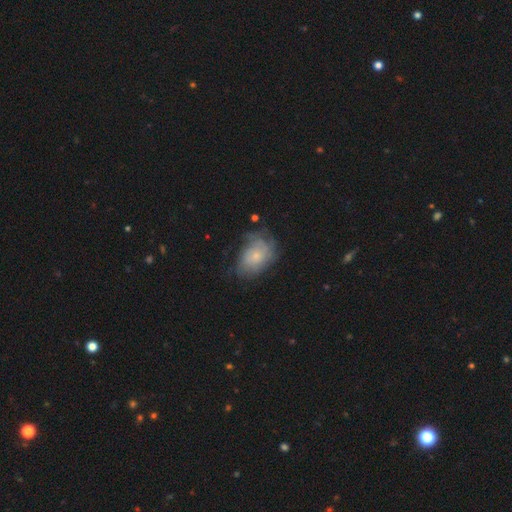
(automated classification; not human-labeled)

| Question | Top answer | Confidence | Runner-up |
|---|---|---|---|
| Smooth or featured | featured or disk | 51% | smooth (40%) |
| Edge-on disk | no | 97% | yes (3%) |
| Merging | none | 51% | minor disturbance (29%) |